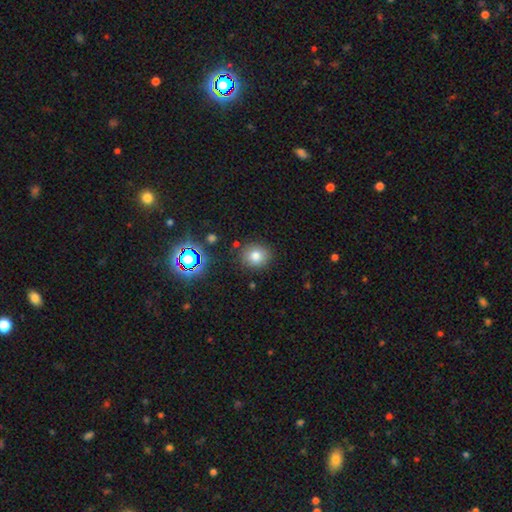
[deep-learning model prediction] This appears to be a smooth galaxy with no disk features (77%) that is round (81%). Merging: none (85%).